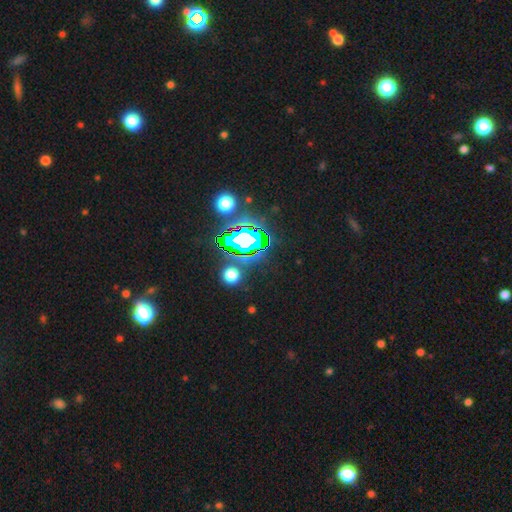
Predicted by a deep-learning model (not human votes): Overall: star or artifact (80%).